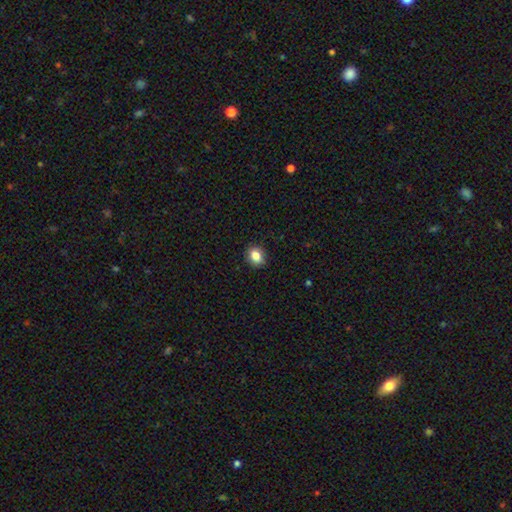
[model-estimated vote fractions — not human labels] Morphology: type=smooth (84%); roundness=round (52%); merging=none (89%).